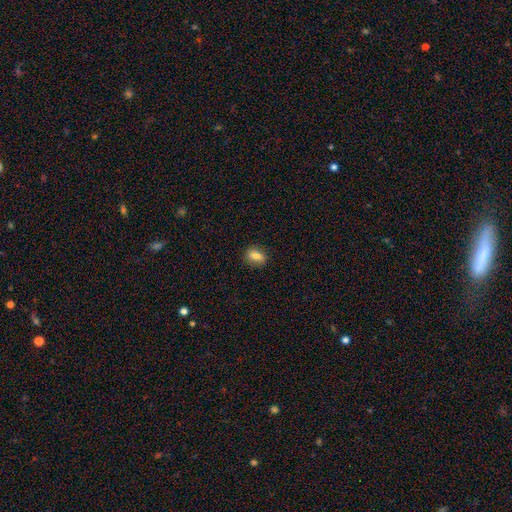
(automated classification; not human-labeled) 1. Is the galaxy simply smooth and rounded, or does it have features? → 79% smooth, 12% featured or disk, 9% star or artifact.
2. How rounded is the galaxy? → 64% in between, 32% round, 4% cigar-shaped.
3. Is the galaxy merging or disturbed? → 85% none, 11% minor disturbance, 2% major disturbance, 1% merger.